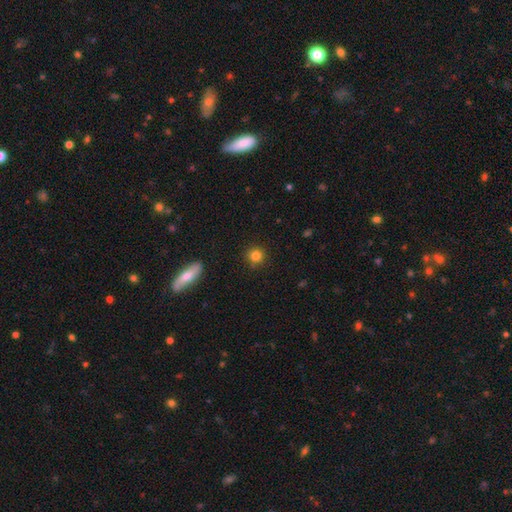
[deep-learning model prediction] smooth 83%, star or artifact 12%, featured or disk 6%. Down the decision tree: how rounded — round (92%); merging — none (89%).